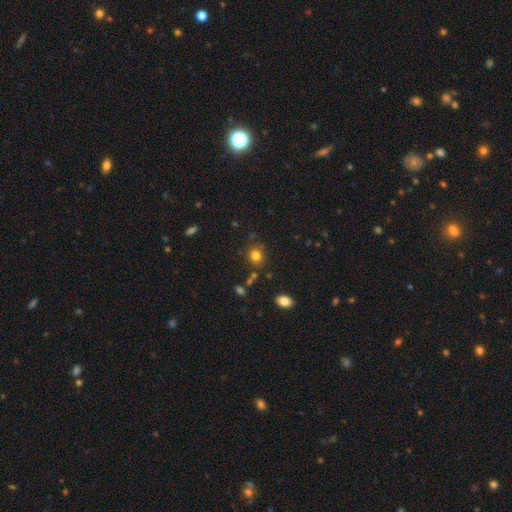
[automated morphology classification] This is clearly a smooth galaxy (80%). How rounded: likely round (63%). Merging: likely none (79%).